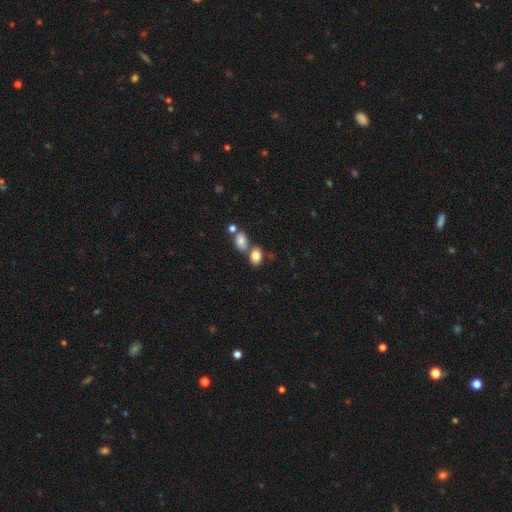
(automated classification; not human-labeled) Smooth or featured? smooth (81%)
How rounded? in between (76%)
Merging? none (47%)